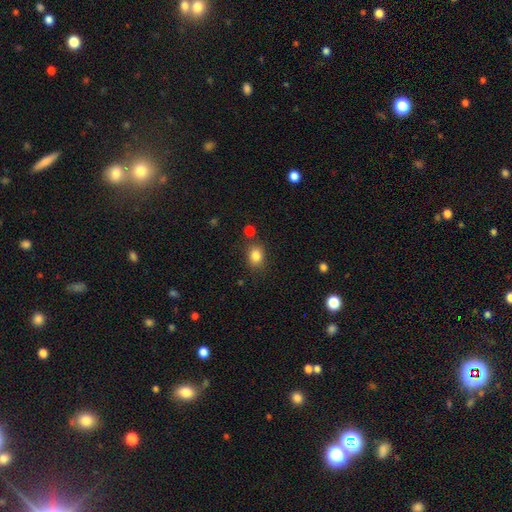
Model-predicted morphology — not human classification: Q: Smooth or featured?
A: smooth (83%); runner-up: star or artifact (11%)
Q: How rounded?
A: round (50%); runner-up: in between (49%)
Q: Merging?
A: none (79%); runner-up: minor disturbance (12%)